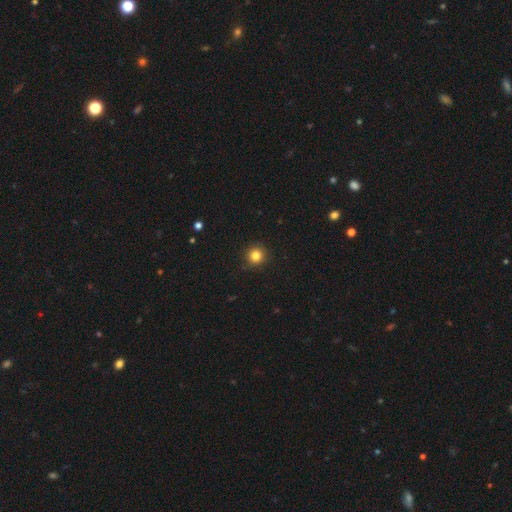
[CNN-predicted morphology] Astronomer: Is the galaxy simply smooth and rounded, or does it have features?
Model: smooth — 82%.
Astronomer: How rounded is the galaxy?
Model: round — 94%.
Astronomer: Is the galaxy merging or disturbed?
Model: none — 91%.